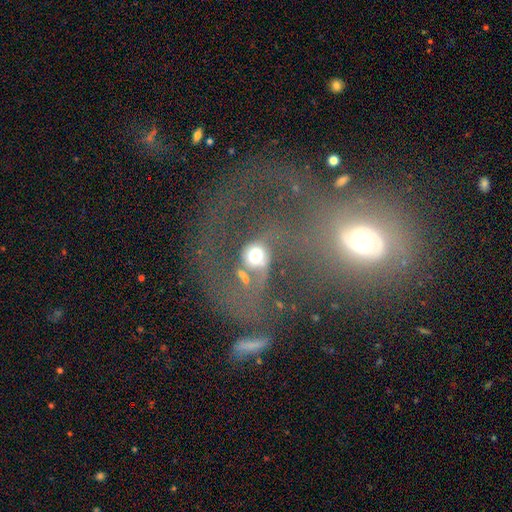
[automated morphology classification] Smooth or featured? smooth (48%)
Merging? merger (33%)